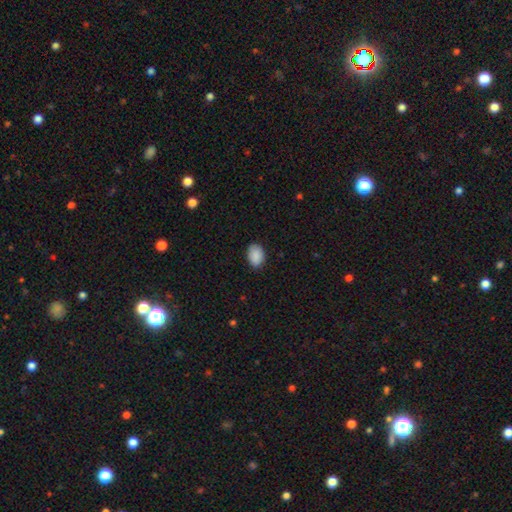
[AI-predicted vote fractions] A smooth galaxy with no disk features (90%) that is in between round and cigar-shaped (83%). Merging: none (85%).